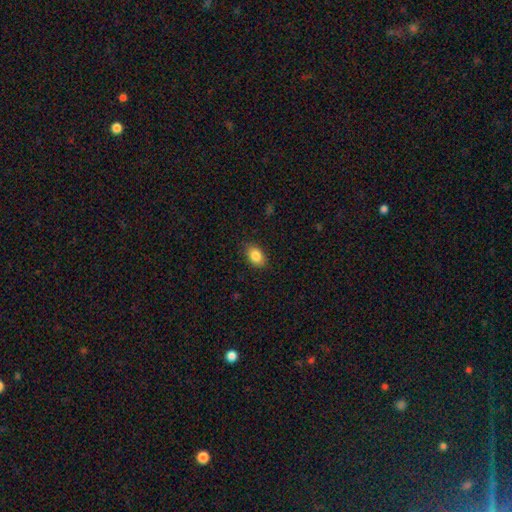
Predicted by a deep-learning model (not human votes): Smooth or featured? Predicted: smooth (p=0.86). How rounded? Predicted: in between (p=0.81). Merging? Predicted: none (p=0.85).